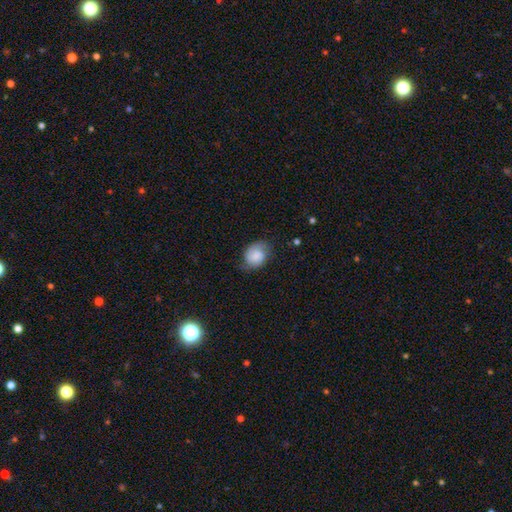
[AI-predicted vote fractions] This is likely a smooth galaxy (71%). How rounded: possibly round (51%). Merging: likely none (61%).